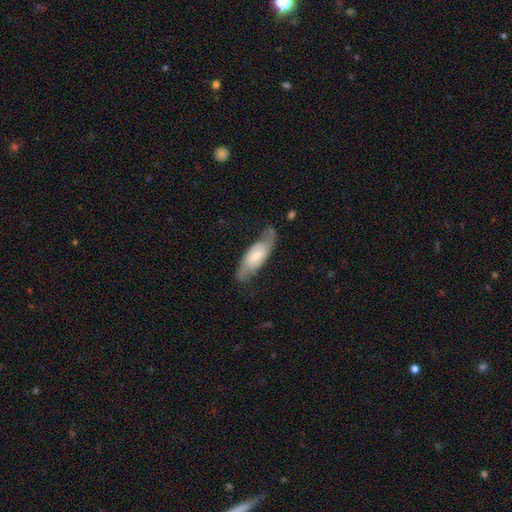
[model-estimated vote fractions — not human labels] Overall: featured or disk (65%; smooth 29%). Edge-on disk: no (83%). Bar: no (44%; weak 43%). Spiral arms: yes (88%). Bulge size: moderate (48%; small 37%). Merging: none (68%).